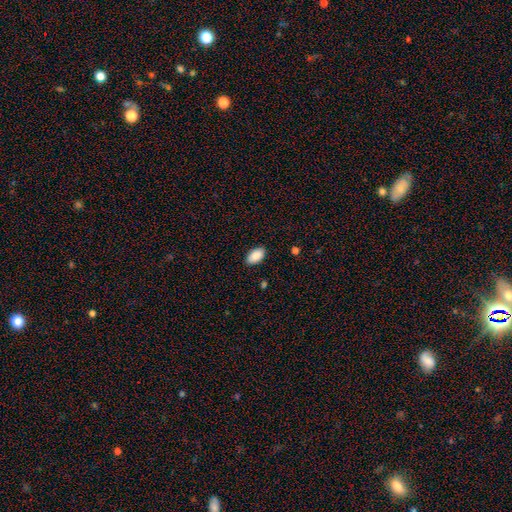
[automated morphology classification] Smooth or featured?
  - smooth: 89% *
  - star or artifact: 7%
  - featured or disk: 4%
How rounded?
  - in between: 94% *
  - round: 4%
  - cigar-shaped: 2%
Merging?
  - none: 87% *
  - minor disturbance: 9%
  - major disturbance: 2%
  - merger: 1%